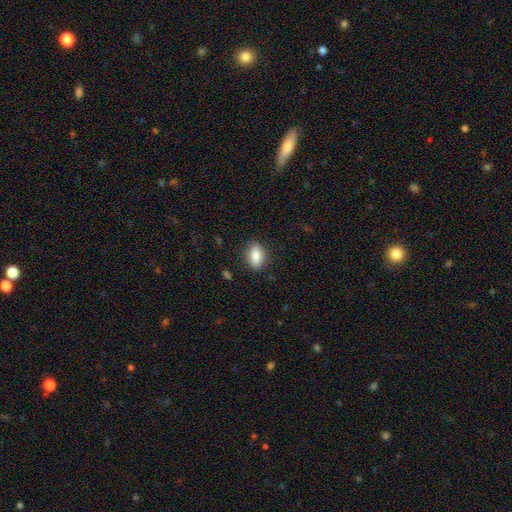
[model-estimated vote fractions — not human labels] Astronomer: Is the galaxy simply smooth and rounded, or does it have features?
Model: smooth — 81%.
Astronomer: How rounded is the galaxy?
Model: in between — 81%.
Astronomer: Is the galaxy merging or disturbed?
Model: none — 85%.